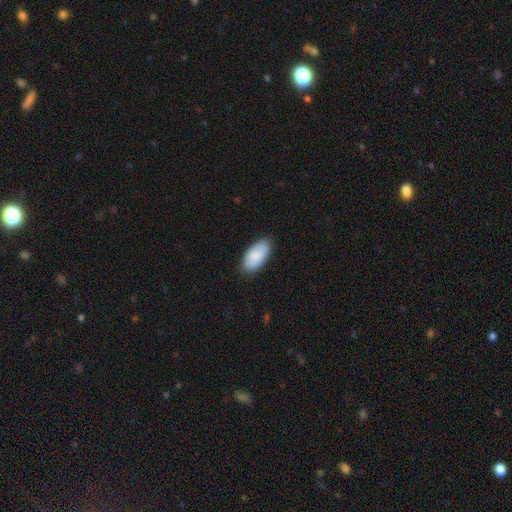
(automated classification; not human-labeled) Q: Smooth or featured?
A: smooth (88%); runner-up: featured or disk (7%)
Q: How rounded?
A: in between (94%); runner-up: cigar-shaped (4%)
Q: Merging?
A: none (86%); runner-up: minor disturbance (11%)